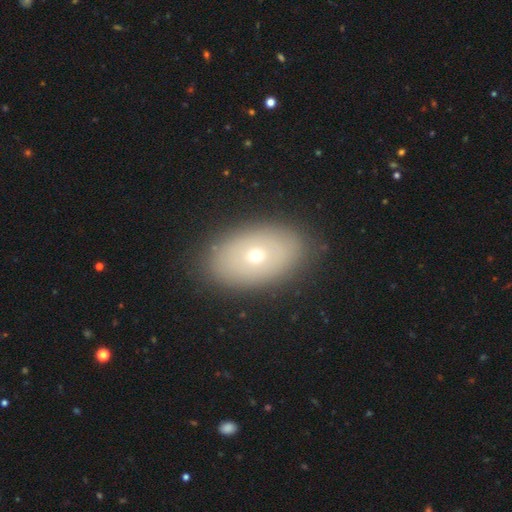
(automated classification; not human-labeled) A smooth galaxy with no disk features (58%) that is in between round and cigar-shaped (86%). Merging: none (87%).